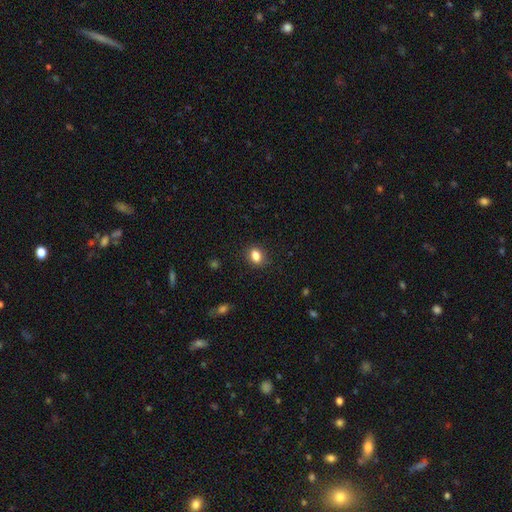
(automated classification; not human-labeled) Q: Smooth or featured?
A: smooth (84%); runner-up: star or artifact (10%)
Q: How rounded?
A: in between (72%); runner-up: round (26%)
Q: Merging?
A: none (84%); runner-up: minor disturbance (11%)